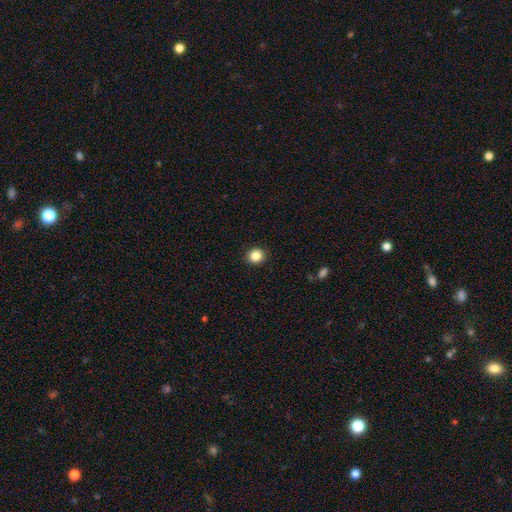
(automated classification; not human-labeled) This appears to be a smooth galaxy with no disk features (85%) that is round (88%). Merging: none (92%).